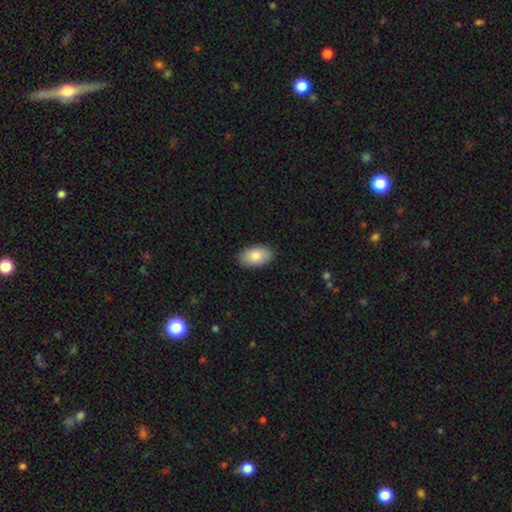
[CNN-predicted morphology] Smooth or featured? Predicted: smooth (p=0.85). How rounded? Predicted: in between (p=0.94). Merging? Predicted: none (p=0.89).